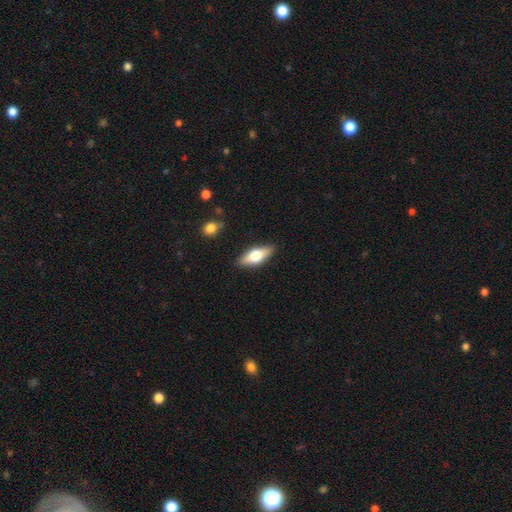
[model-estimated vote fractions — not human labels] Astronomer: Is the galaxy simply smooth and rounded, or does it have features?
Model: smooth — 53% (runner-up: featured or disk, 40%).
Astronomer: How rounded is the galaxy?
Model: in between — 70%.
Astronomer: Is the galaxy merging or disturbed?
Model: none — 86%.